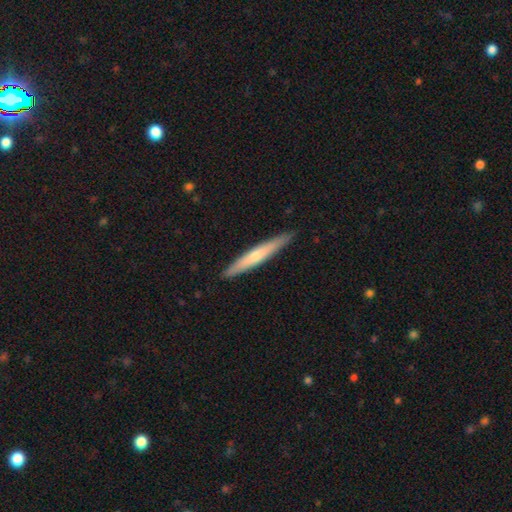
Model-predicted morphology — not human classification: Smooth or featured? Predicted: smooth (p=0.52). How rounded? Predicted: cigar-shaped (p=0.96). Merging? Predicted: none (p=0.91).